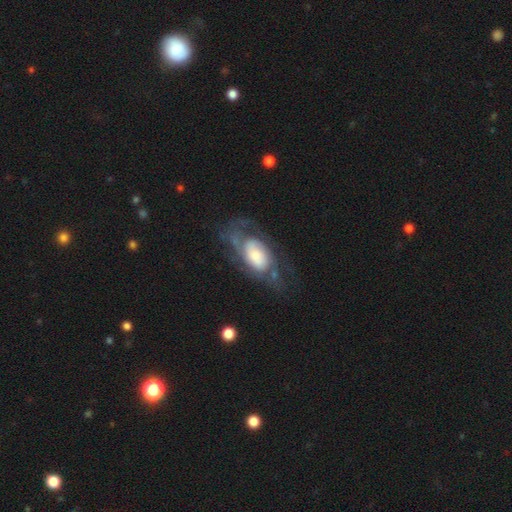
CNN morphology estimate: This is likely a featured or disk galaxy (66%). It is clearly not viewed edge-on (94%). Bar: likely no (71%). Spiral arm pattern: likely yes (79%). Central bulge: marginally large (31%). Merging: possibly none (47%).